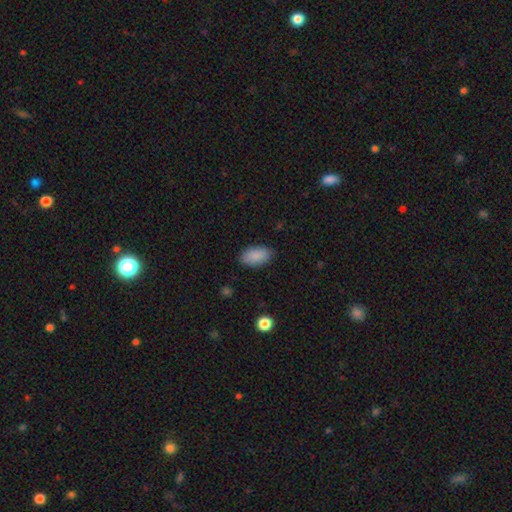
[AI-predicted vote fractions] This is clearly a smooth galaxy (89%). How rounded: clearly in between (94%). Merging: clearly none (86%).